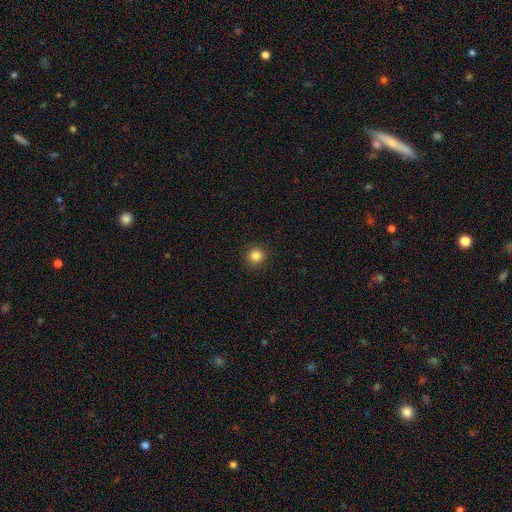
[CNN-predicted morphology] Overall: smooth (84%). How rounded: round (94%). Merging: none (92%).